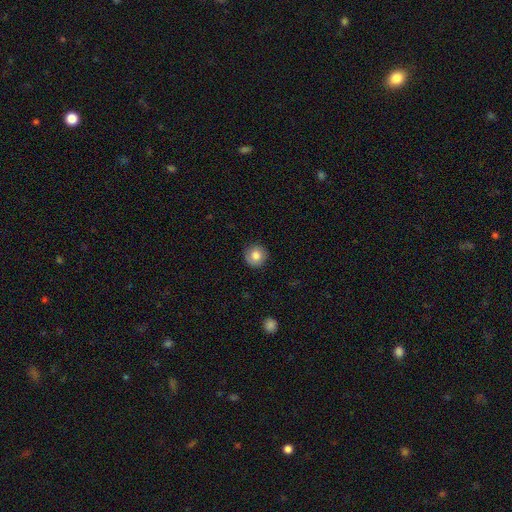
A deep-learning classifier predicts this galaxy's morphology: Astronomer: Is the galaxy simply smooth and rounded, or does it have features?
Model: smooth — 80%.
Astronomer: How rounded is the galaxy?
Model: round — 94%.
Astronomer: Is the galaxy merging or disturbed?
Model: none — 88%.